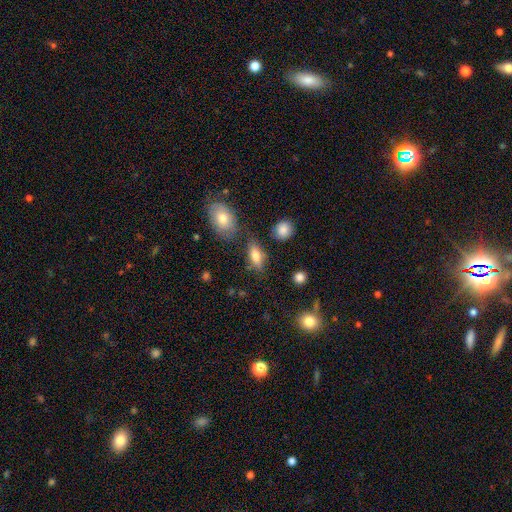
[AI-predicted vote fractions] A smooth galaxy with no disk features (74%) that is in between round and cigar-shaped (81%).

Vote fractions:
- Smooth or featured? smooth: 74% / featured or disk: 17% / star or artifact: 9%
- How rounded? in between: 81% / cigar-shaped: 13% / round: 6%
- Merging? none: 70% / minor disturbance: 16% / merger: 9% / major disturbance: 5%